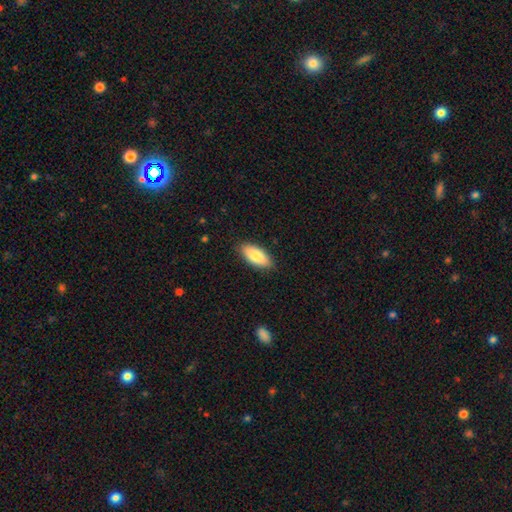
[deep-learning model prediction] This is clearly a smooth galaxy (83%). How rounded: clearly in between (87%). Merging: clearly none (87%).